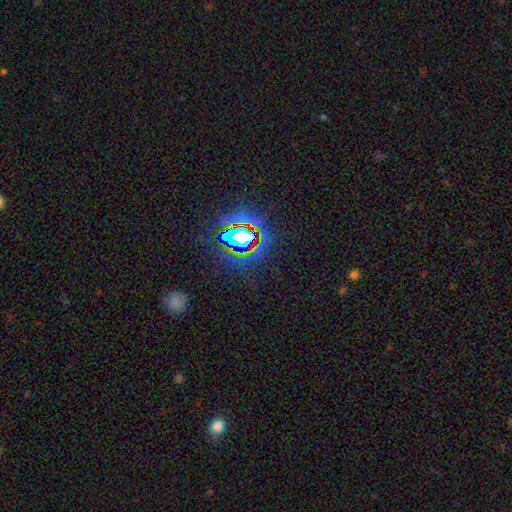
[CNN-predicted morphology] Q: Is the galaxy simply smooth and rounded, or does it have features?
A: star or artifact — 81%.